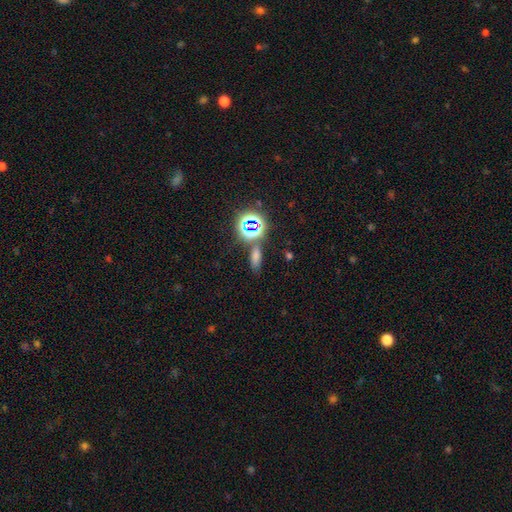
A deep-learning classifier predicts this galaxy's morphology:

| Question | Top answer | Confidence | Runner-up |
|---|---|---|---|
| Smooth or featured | smooth | 53% | star or artifact (37%) |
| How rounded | in between | 58% | cigar-shaped (28%) |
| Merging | none | 72% | minor disturbance (12%) |